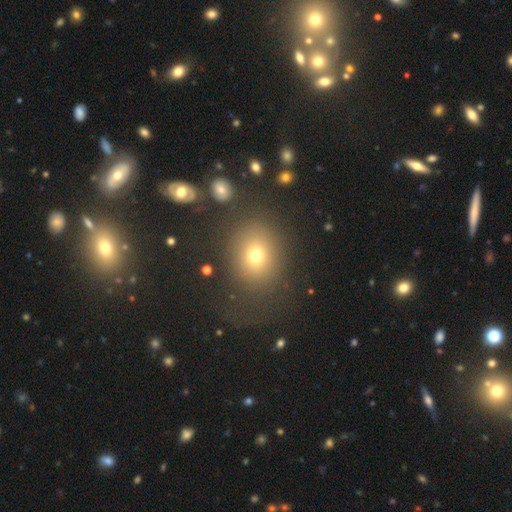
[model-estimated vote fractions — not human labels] smooth 69%, star or artifact 17%, featured or disk 14%. Down the decision tree: how rounded — round (58%); merging — none (72%).